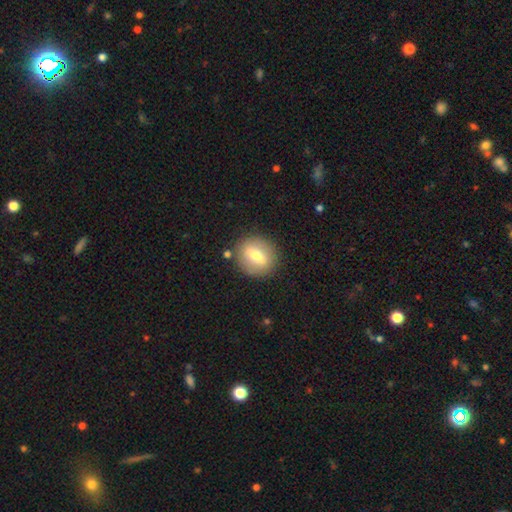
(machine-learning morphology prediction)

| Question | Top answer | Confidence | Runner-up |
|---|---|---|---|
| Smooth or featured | smooth | 55% | featured or disk (37%) |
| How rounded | round | 71% | in between (25%) |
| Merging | none | 85% | minor disturbance (9%) |